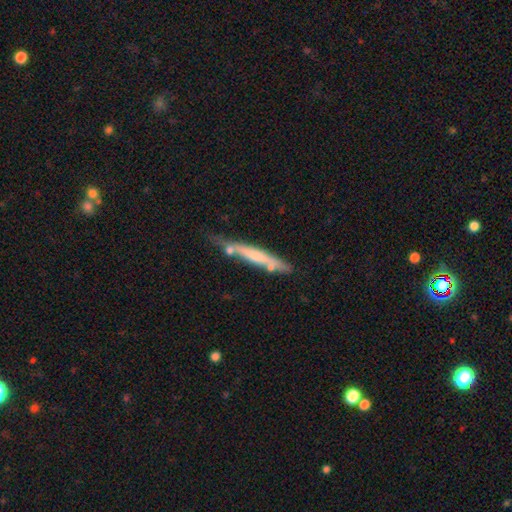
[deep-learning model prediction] smooth_or_featured: smooth (p=0.50) [alt: featured or disk p=0.44]
how_rounded: cigar-shaped (p=0.94) [alt: in between p=0.05]
merging: none (p=0.60) [alt: minor disturbance p=0.22]